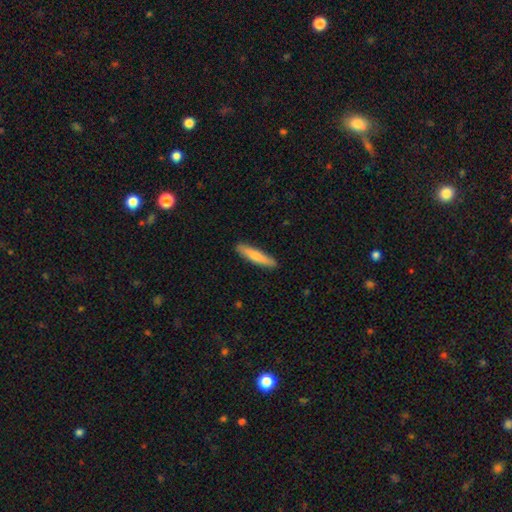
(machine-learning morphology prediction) Smooth or featured? smooth (75%)
How rounded? cigar-shaped (87%)
Merging? none (90%)